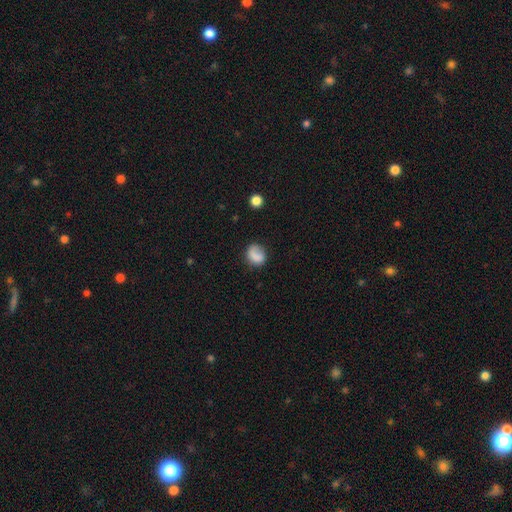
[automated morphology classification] The model was most divided on "how rounded": round: 65%, in between: 33%, cigar-shaped: 1%. More confident: smooth or featured — smooth (78%); merging — none (64%).